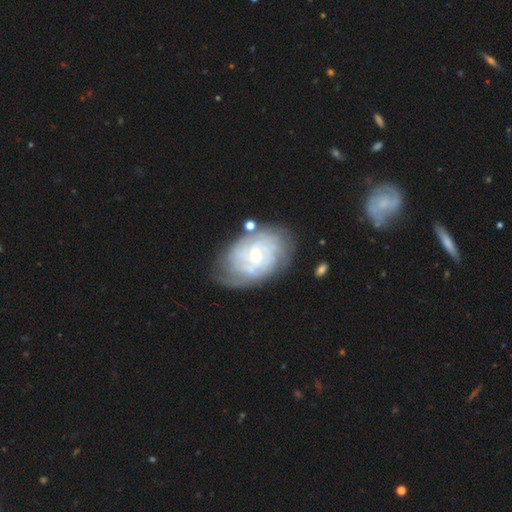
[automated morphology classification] smooth-or-featured: featured or disk: 78% | smooth: 16% | star or artifact: 6%
  disk-edge-on: no: 97% | yes: 3%
    bar: no: 60% | weak: 34% | strong: 6%
    has-spiral-arms: yes: 88% | no: 12%
      spiral-winding: tight: 65% | medium: 26% | loose: 9%
      spiral-arm-count: can't tell: 50% | 4: 14% | 2: 14% | 3: 11% | more than 4: 7% | 1: 5%
    bulge-size: small: 76% | moderate: 20% | none: 2% | large: 1% | dominant: 1%
  merging: none: 66% | minor disturbance: 21% | major disturbance: 9% | merger: 4%